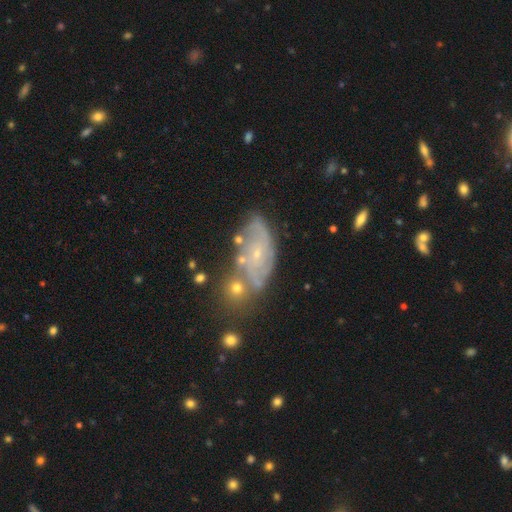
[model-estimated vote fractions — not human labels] Smooth or featured: featured or disk — 70% (smooth — 19%)
Edge-on disk: no — 92% (yes — 8%)
Bar: no — 70% (weak — 25%)
Spiral arms: yes — 83% (no — 17%)
Spiral winding: tight — 49% (medium — 35%)
Spiral arm count: can't tell — 45% (2 — 27%)
Bulge size: small — 82% (moderate — 12%)
Merging: none — 54% (minor disturbance — 21%)